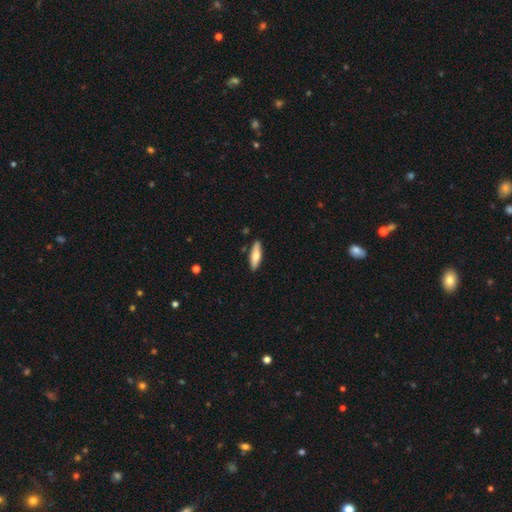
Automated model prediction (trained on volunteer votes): A smooth galaxy with no disk features (70%) that is cigar-shaped (57%).

Vote fractions:
- Smooth or featured? smooth: 70% / featured or disk: 25% / star or artifact: 5%
- How rounded? cigar-shaped: 57% / in between: 41% / round: 2%
- Merging? none: 87% / minor disturbance: 9% / merger: 2% / major disturbance: 2%